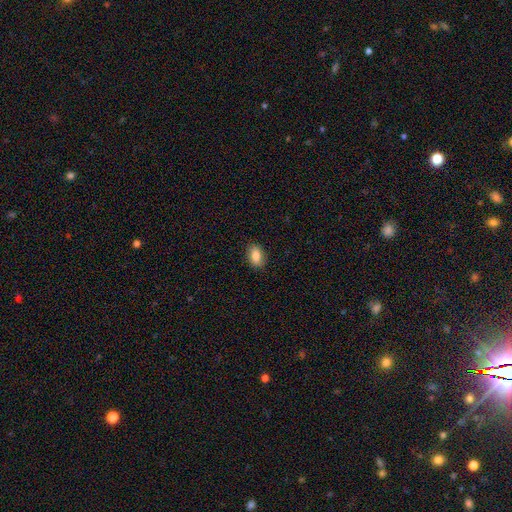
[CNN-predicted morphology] Q: Smooth or featured?
A: smooth (84%); runner-up: featured or disk (8%)
Q: How rounded?
A: in between (88%); runner-up: round (9%)
Q: Merging?
A: none (86%); runner-up: minor disturbance (10%)